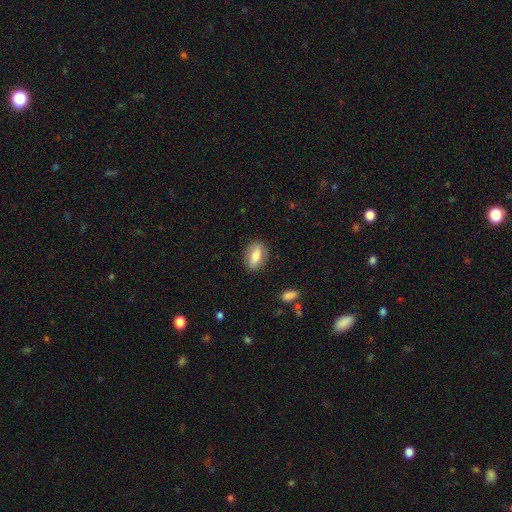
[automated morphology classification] The model was most divided on "smooth or featured": smooth: 66%, featured or disk: 27%, star or artifact: 7%. More confident: merging — none (83%); how rounded — in between (77%).